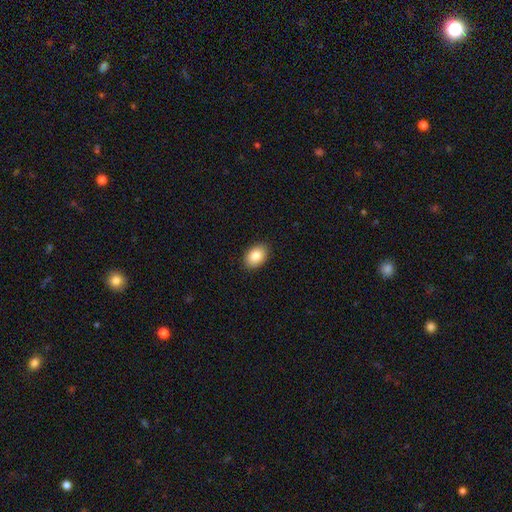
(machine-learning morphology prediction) This appears to be a smooth galaxy with no disk features (85%) that is in between round and cigar-shaped (85%). Merging: none (89%).